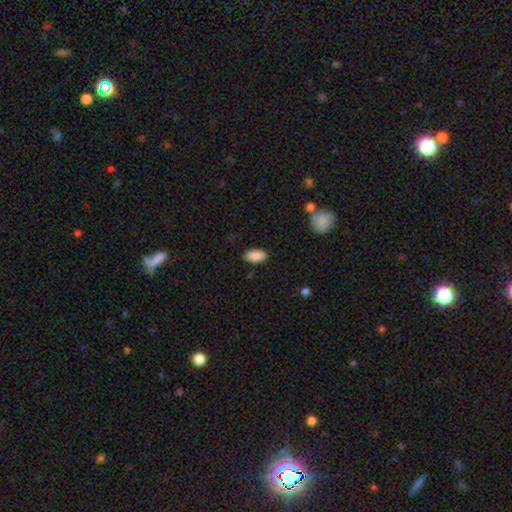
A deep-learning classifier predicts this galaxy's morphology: smooth 89%, star or artifact 7%, featured or disk 4%. Down the decision tree: how rounded — in between (90%); merging — none (87%).